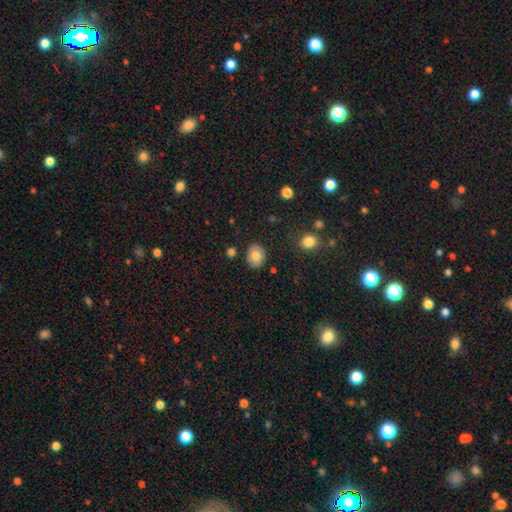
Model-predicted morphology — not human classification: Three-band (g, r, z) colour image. It shows a smooth galaxy with no disk features (76%) that is round (50%). Merging: none (86%).